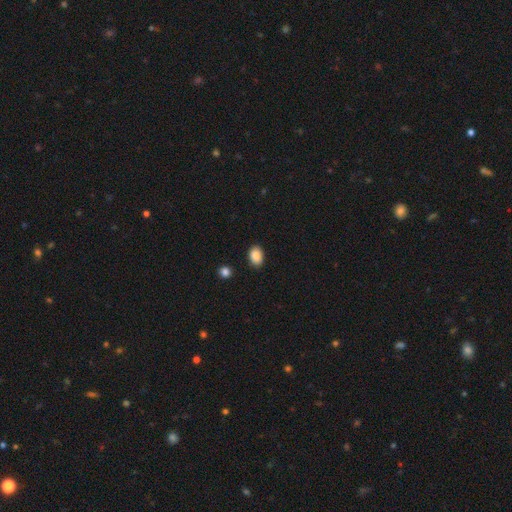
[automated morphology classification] Q: Smooth or featured?
A: smooth (89%); runner-up: star or artifact (8%)
Q: How rounded?
A: in between (77%); runner-up: round (22%)
Q: Merging?
A: none (87%); runner-up: minor disturbance (9%)